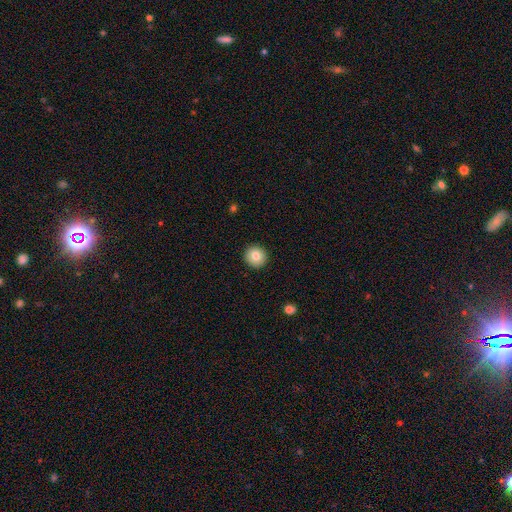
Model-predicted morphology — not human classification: Smooth or featured? smooth (82%)
How rounded? round (94%)
Merging? none (93%)